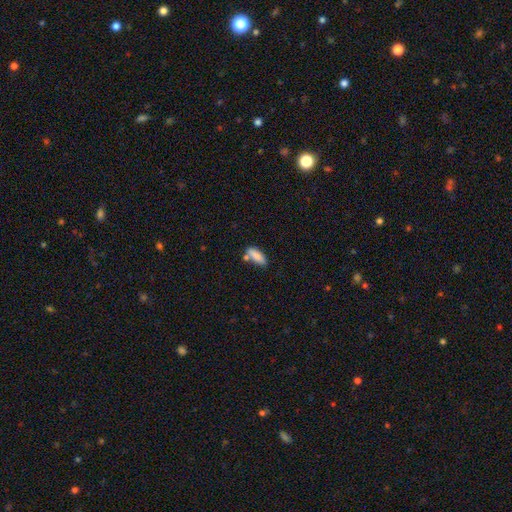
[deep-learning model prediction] A smooth galaxy with no disk features (83%) that is in between round and cigar-shaped (63%).

Vote fractions:
- Smooth or featured? smooth: 83% / featured or disk: 10% / star or artifact: 7%
- How rounded? in between: 63% / cigar-shaped: 34% / round: 2%
- Merging? none: 62% / merger: 18% / minor disturbance: 16% / major disturbance: 4%